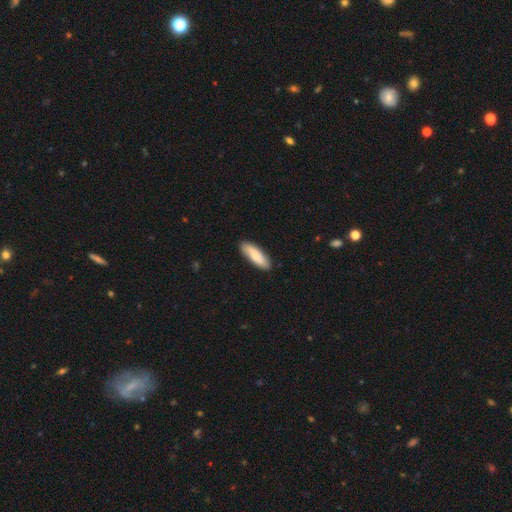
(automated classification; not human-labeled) smooth-or-featured: smooth: 79% | featured or disk: 17% | star or artifact: 5%
  how-rounded: in between: 52% | cigar-shaped: 47% | round: 2%
  merging: none: 88% | minor disturbance: 9% | major disturbance: 2% | merger: 1%